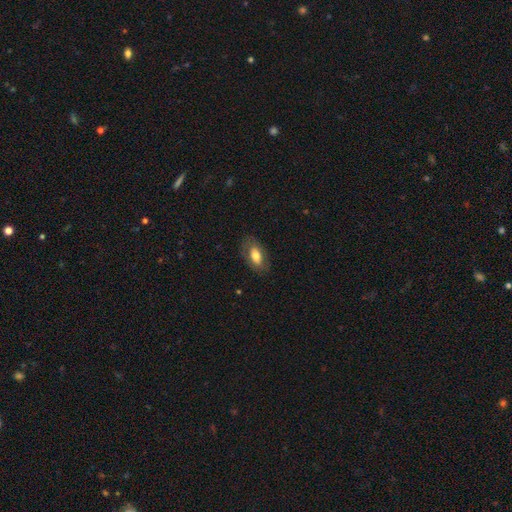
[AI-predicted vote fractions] A smooth galaxy with no disk features (69%) that is in between round and cigar-shaped (90%).

Vote fractions:
- Smooth or featured? smooth: 69% / featured or disk: 24% / star or artifact: 7%
- How rounded? in between: 90% / round: 6% / cigar-shaped: 4%
- Merging? none: 78% / minor disturbance: 15% / major disturbance: 6% / merger: 1%